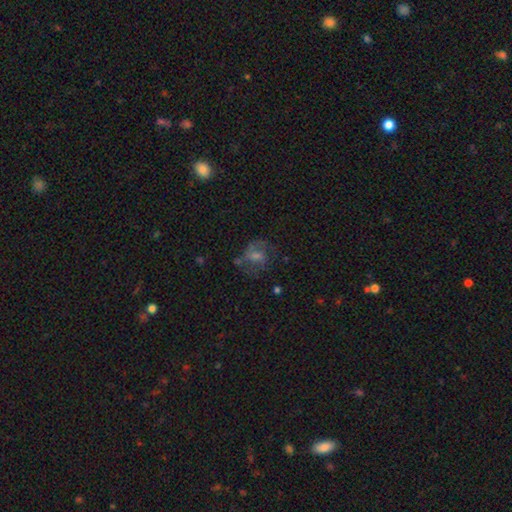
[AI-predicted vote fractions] Overall: featured or disk (57%; smooth 26%). Edge-on disk: no (97%). Bar: weak (46%; no 42%). Spiral arms: yes (80%). Bulge size: moderate (40%; small 37%). Merging: none (59%).